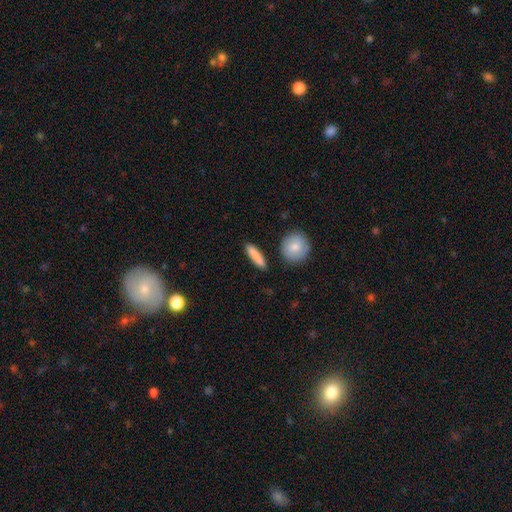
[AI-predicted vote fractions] A smooth galaxy with no disk features (85%) that is cigar-shaped (76%). Merging: none (87%).